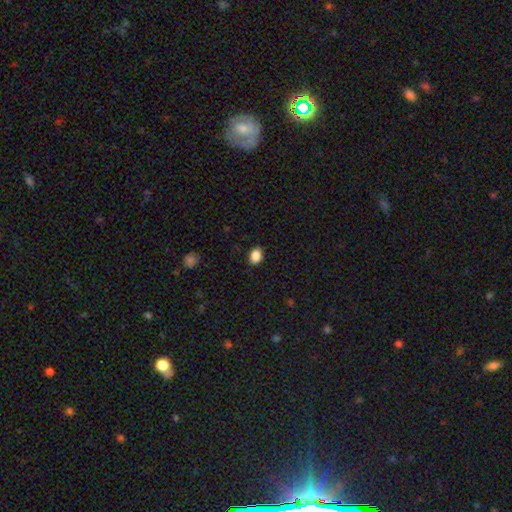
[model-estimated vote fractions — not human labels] Smooth or featured? Predicted: smooth (p=0.88). How rounded? Predicted: in between (p=0.71). Merging? Predicted: none (p=0.87).